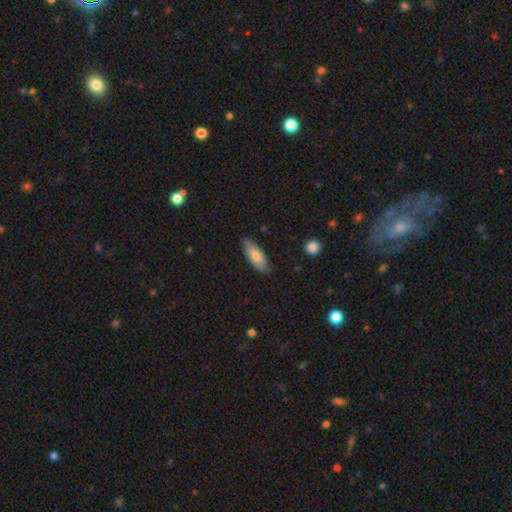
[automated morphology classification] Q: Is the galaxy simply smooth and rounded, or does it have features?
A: smooth — 74%.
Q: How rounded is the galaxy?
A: in between — 71%.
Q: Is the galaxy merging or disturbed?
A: none — 81%.